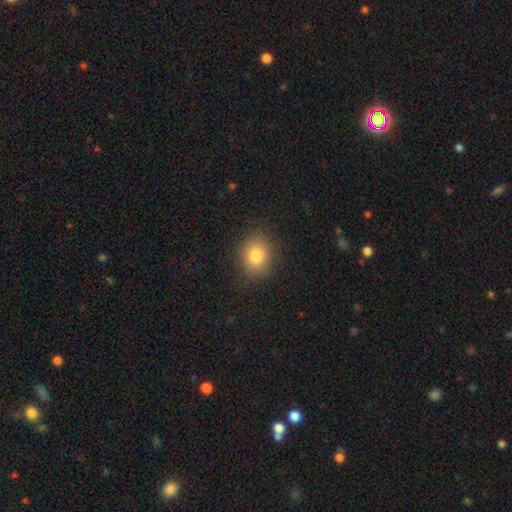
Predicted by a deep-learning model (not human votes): smooth 82%, star or artifact 10%, featured or disk 8%. Down the decision tree: how rounded — round (53%); merging — none (84%).